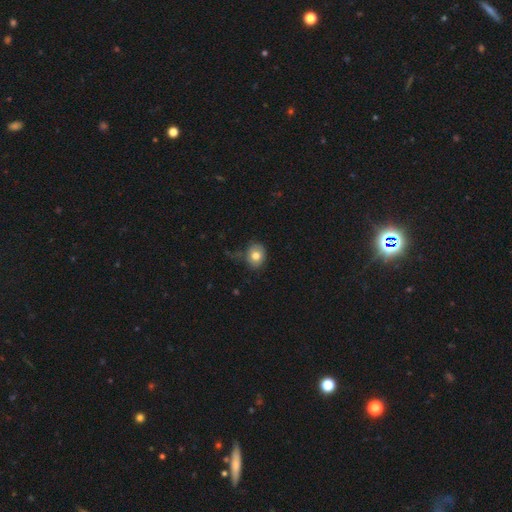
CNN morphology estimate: smooth-or-featured: smooth: 77% | featured or disk: 13% | star or artifact: 10%
  how-rounded: round: 59% | in between: 40% | cigar-shaped: 1%
  merging: none: 64% | minor disturbance: 25% | major disturbance: 8% | merger: 3%